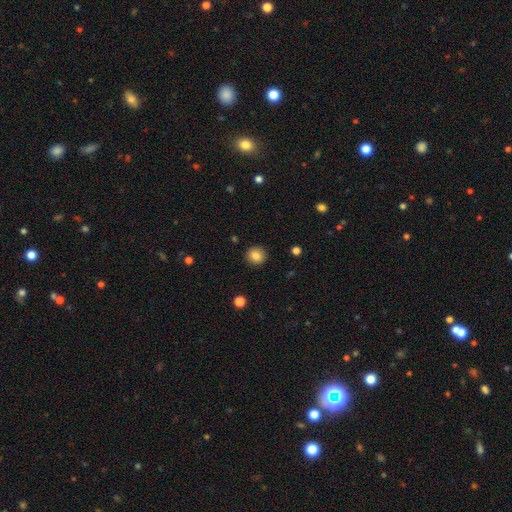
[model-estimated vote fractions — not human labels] This appears to be a smooth galaxy with no disk features (85%) that is round (91%). Merging: none (91%).